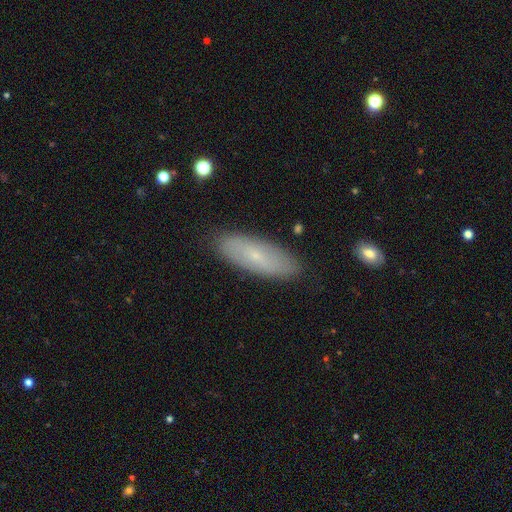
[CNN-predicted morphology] Smooth or featured? Predicted: smooth (p=0.59). How rounded? Predicted: in between (p=0.64). Merging? Predicted: none (p=0.86).